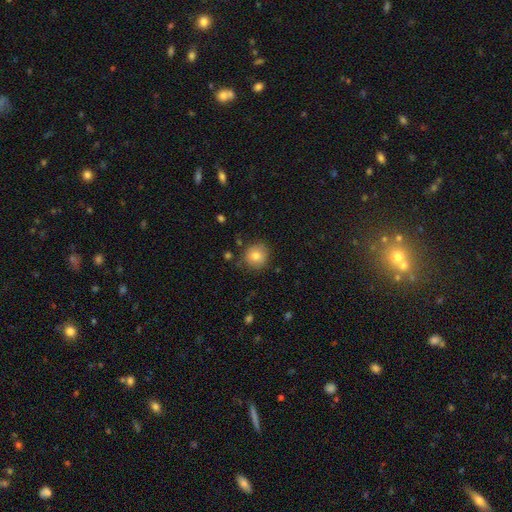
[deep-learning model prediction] A smooth galaxy with no disk features (80%) that is round (91%).

Vote fractions:
- Smooth or featured? smooth: 80% / star or artifact: 10% / featured or disk: 10%
- How rounded? round: 91% / in between: 8% / cigar-shaped: 1%
- Merging? none: 83% / minor disturbance: 12% / major disturbance: 3% / merger: 2%